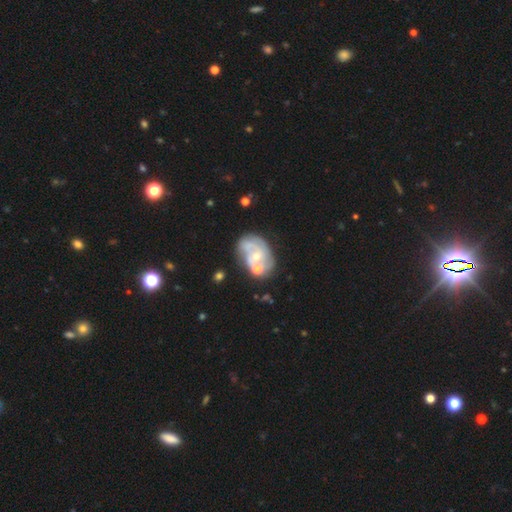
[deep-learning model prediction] Smooth or featured?
  - featured or disk: 72% *
  - smooth: 21%
  - star or artifact: 7%
Edge-on disk?
  - no: 98% *
  - yes: 2%
Bar?
  - no: 74% *
  - weak: 22%
  - strong: 4%
Spiral arms?
  - yes: 72% *
  - no: 28%
Spiral winding?
  - tight: 40% *
  - medium: 38%
  - loose: 21%
Spiral arm count?
  - 2: 36% *
  - can't tell: 33%
  - 3: 17%
  - 1: 8%
  - 4: 4%
  - more than 4: 3%
Bulge size?
  - small: 56% *
  - moderate: 36%
  - none: 5%
  - large: 2%
  - dominant: 1%
Merging?
  - none: 40% *
  - merger: 27%
  - minor disturbance: 19%
  - major disturbance: 14%